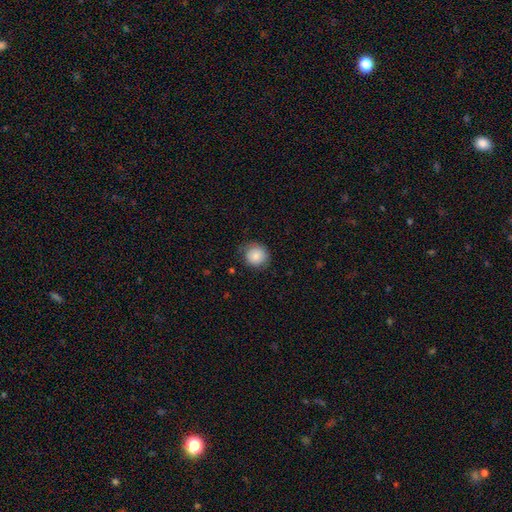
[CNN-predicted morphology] This is clearly a smooth galaxy (82%). How rounded: clearly round (91%). Merging: likely none (78%).